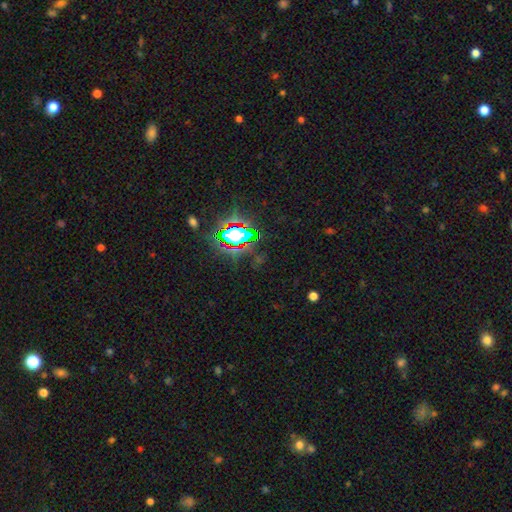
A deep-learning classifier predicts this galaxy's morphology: Smooth or featured? star or artifact (79%)